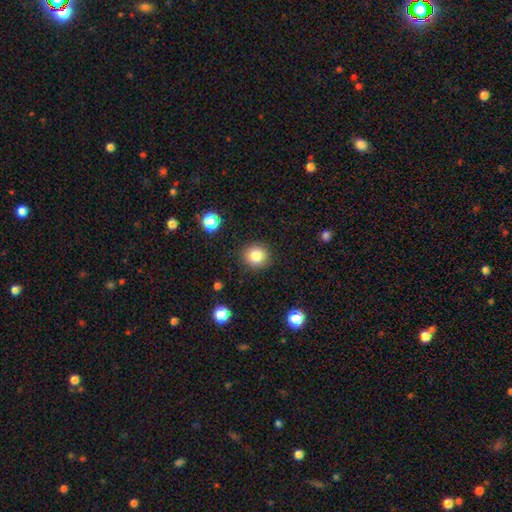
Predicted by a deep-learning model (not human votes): smooth-or-featured: smooth: 84% | star or artifact: 11% | featured or disk: 6%
  how-rounded: round: 88% | in between: 11% | cigar-shaped: 1%
  merging: none: 89% | minor disturbance: 7% | major disturbance: 2% | merger: 1%